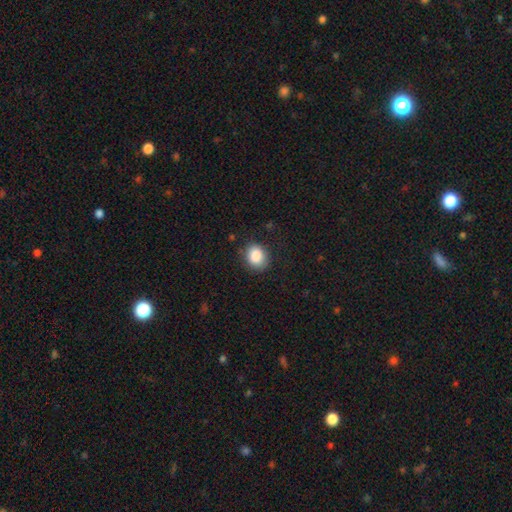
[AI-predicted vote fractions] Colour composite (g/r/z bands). It shows a smooth galaxy with no disk features (86%) that is round (61%). Merging: none (83%).